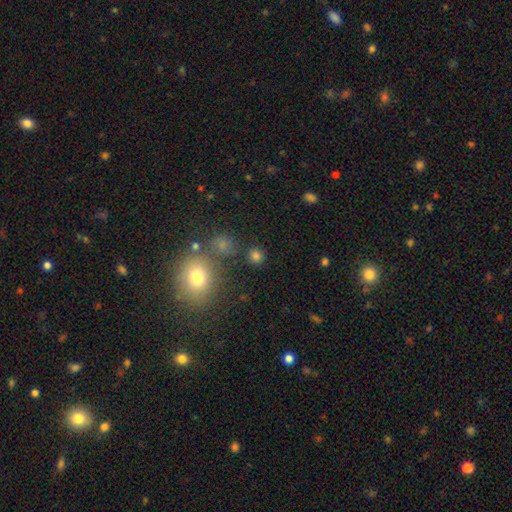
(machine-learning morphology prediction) Smooth or featured?
  - smooth: 80% *
  - star or artifact: 15%
  - featured or disk: 5%
How rounded?
  - round: 87% *
  - in between: 12%
  - cigar-shaped: 1%
Merging?
  - none: 82% *
  - minor disturbance: 8%
  - merger: 7%
  - major disturbance: 3%